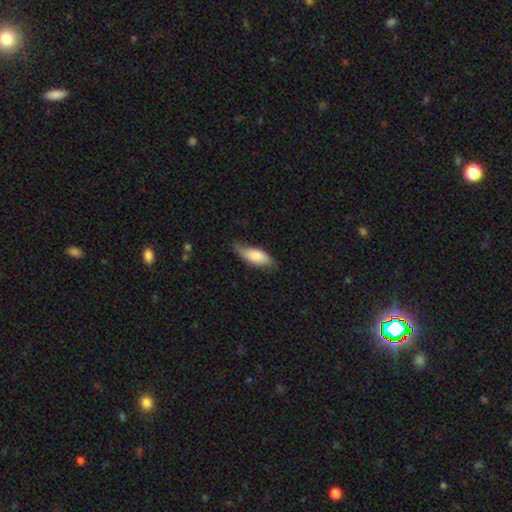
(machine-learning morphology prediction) This is likely a smooth galaxy (77%). How rounded: likely in between (74%). Merging: possibly none (54%).